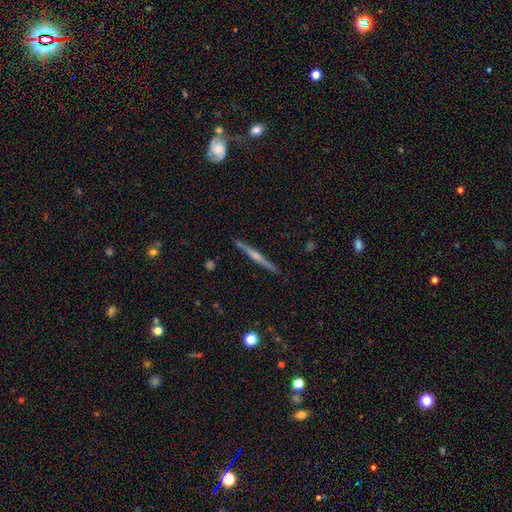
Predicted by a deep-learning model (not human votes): A featured or disk galaxy (71%) viewed edge-on (98%) with a rounded central bulge (69%). Merging: none (91%).